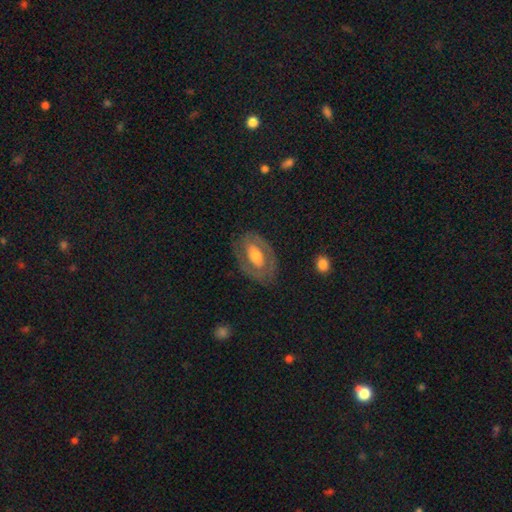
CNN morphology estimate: smooth-or-featured: featured or disk: 64% | smooth: 30% | star or artifact: 5%
  disk-edge-on: no: 93% | yes: 7%
    bar: no: 49% | weak: 31% | strong: 20%
    has-spiral-arms: no: 50% (tied) | yes: 50% (tied)
    bulge-size: moderate: 59% | large: 23% | small: 14% | dominant: 2% | none: 2%
  merging: none: 77% | minor disturbance: 15% | major disturbance: 7% | merger: 1%